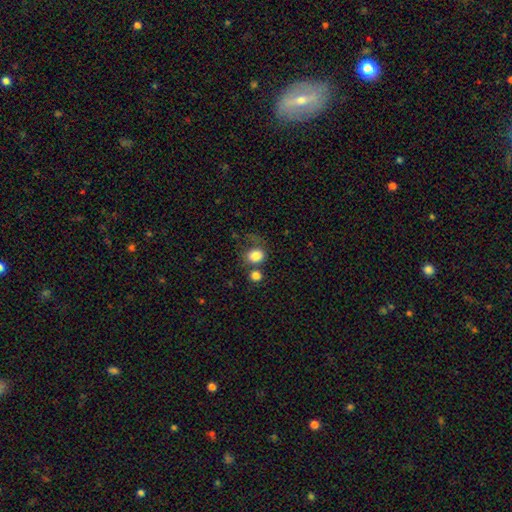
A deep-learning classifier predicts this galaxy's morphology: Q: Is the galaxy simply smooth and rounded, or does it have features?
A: smooth — 83%.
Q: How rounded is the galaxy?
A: round — 67%.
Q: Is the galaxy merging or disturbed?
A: none — 48%.